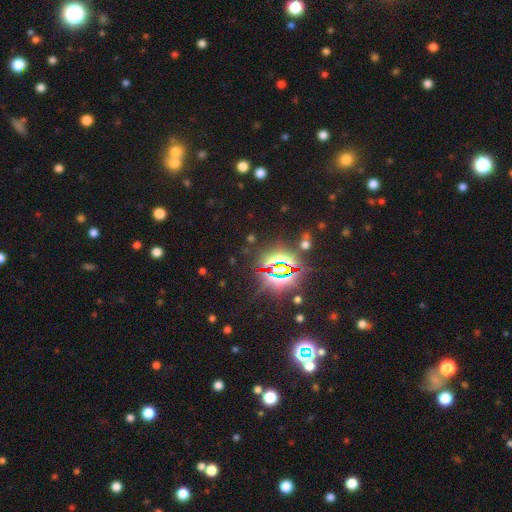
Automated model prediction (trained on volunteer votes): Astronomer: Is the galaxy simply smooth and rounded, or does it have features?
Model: star or artifact — 81%.